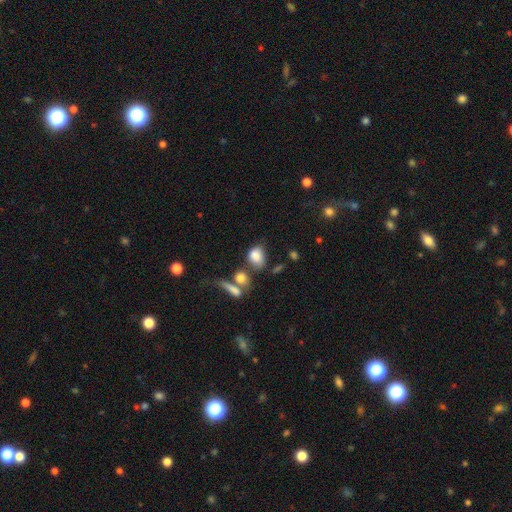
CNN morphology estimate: A smooth galaxy with no disk features (80%) that is in between round and cigar-shaped (71%). Merging: none (36%).